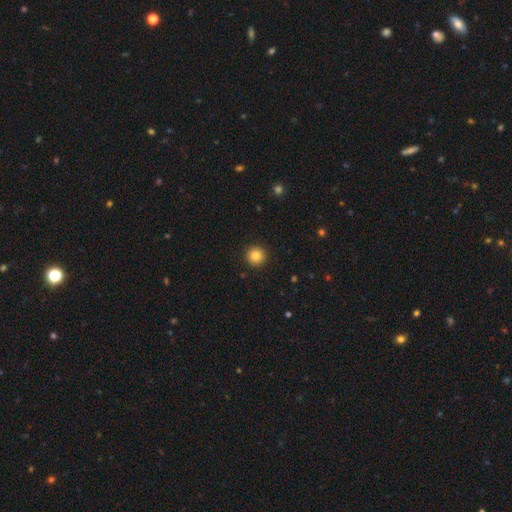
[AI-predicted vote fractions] Smooth or featured? smooth (85%)
How rounded? round (96%)
Merging? none (93%)